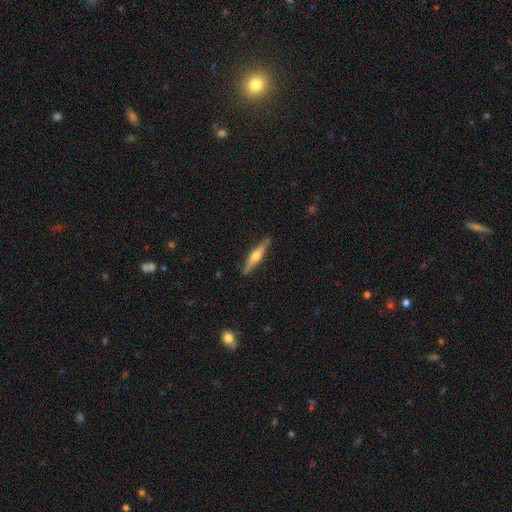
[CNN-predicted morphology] smooth-or-featured: featured or disk: 59% | smooth: 36% | star or artifact: 5%
  disk-edge-on: yes: 95% | no: 5%
    edge-on-bulge: rounded: 91% | none: 5% | boxy: 4%
  merging: none: 87% | minor disturbance: 10% | major disturbance: 2% | merger: 1%